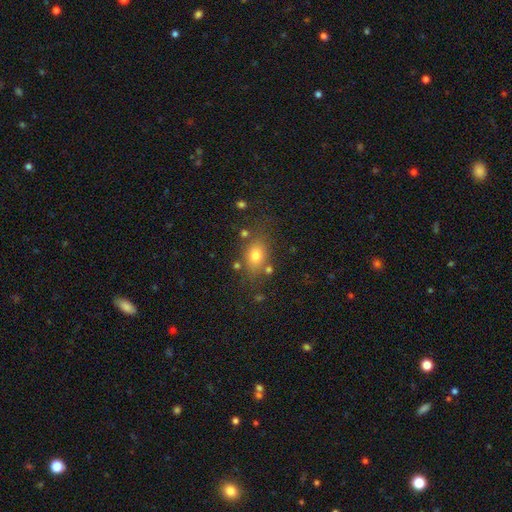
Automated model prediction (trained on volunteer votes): This is likely a smooth galaxy (75%). How rounded: likely in between (72%). Merging: likely none (72%).